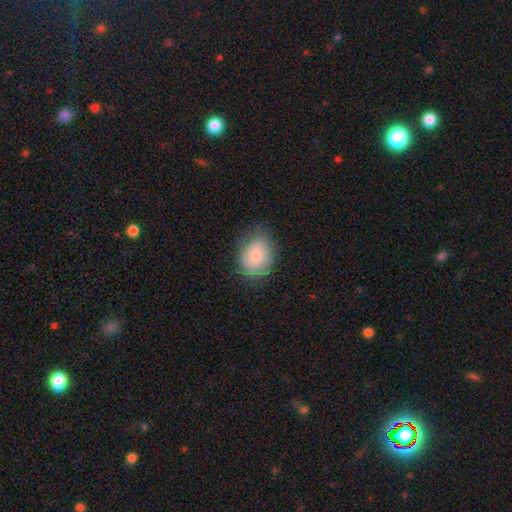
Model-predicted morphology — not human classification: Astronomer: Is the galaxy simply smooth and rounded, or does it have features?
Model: smooth — 72%.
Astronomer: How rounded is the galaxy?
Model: in between — 60% (runner-up: round, 39%).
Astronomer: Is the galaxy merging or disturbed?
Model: none — 68%.